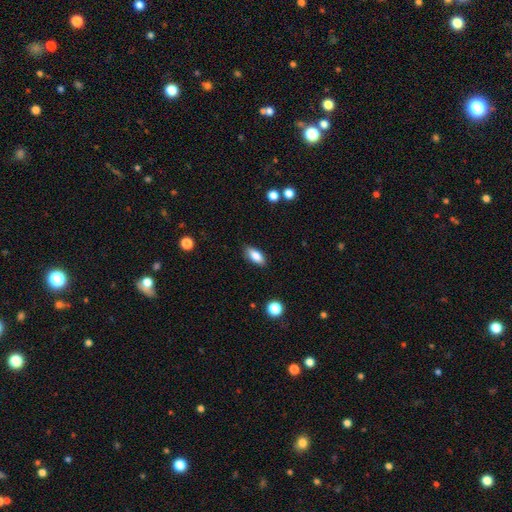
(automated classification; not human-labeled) smooth 82%, featured or disk 11%, star or artifact 7%. Down the decision tree: how rounded — in between (84%); merging — none (87%).